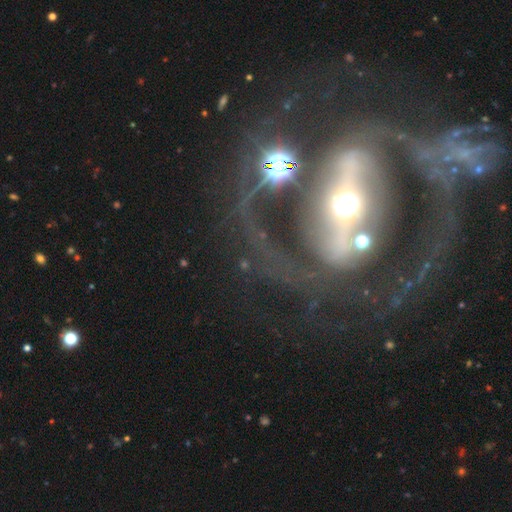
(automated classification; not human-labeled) Overall: featured or disk (88%). Edge-on disk: no (93%). Bar: strong (76%). Spiral arms: yes (84%). Spiral arm count: 2 (87%). Spiral winding: medium (49%; tight 28%). Bulge size: moderate (58%; small 25%). Merging: none (61%).